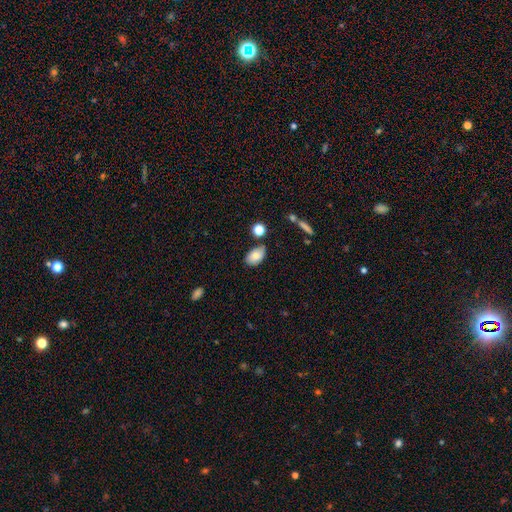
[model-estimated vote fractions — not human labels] A smooth galaxy with no disk features (81%) that is in between round and cigar-shaped (91%).

Vote fractions:
- Smooth or featured? smooth: 81% / featured or disk: 11% / star or artifact: 8%
- How rounded? in between: 91% / round: 7% / cigar-shaped: 2%
- Merging? none: 73% / minor disturbance: 18% / merger: 6% / major disturbance: 4%